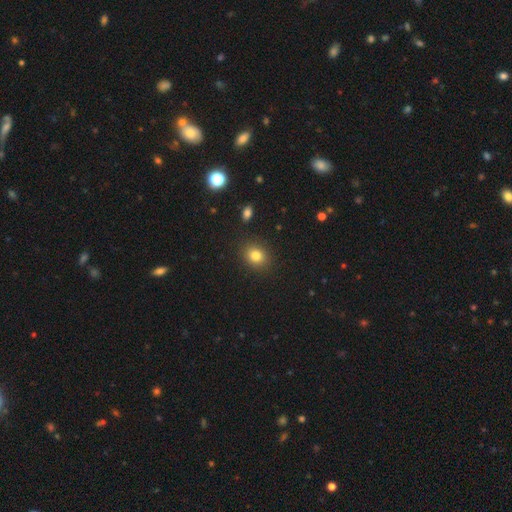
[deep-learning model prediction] The model was most divided on "how rounded": round: 61%, in between: 38%, cigar-shaped: 1%. More confident: merging — none (89%); smooth or featured — smooth (81%).